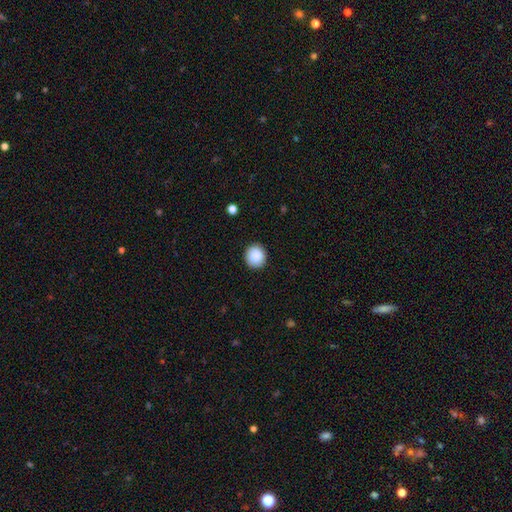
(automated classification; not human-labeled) The model was most divided on "how rounded": round: 90%, in between: 9%, cigar-shaped: 1%. More confident: merging — none (91%); smooth or featured — smooth (89%).